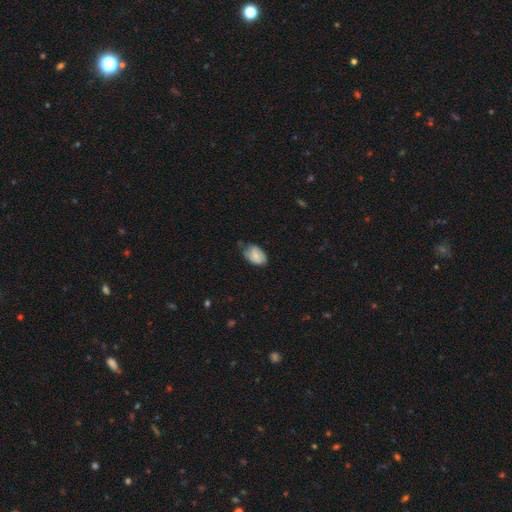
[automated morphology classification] A smooth galaxy with no disk features (78%) that is in between round and cigar-shaped (89%).

Vote fractions:
- Smooth or featured? smooth: 78% / featured or disk: 15% / star or artifact: 7%
- How rounded? in between: 89% / round: 9% / cigar-shaped: 1%
- Merging? none: 54% / minor disturbance: 37% / major disturbance: 7% / merger: 2%